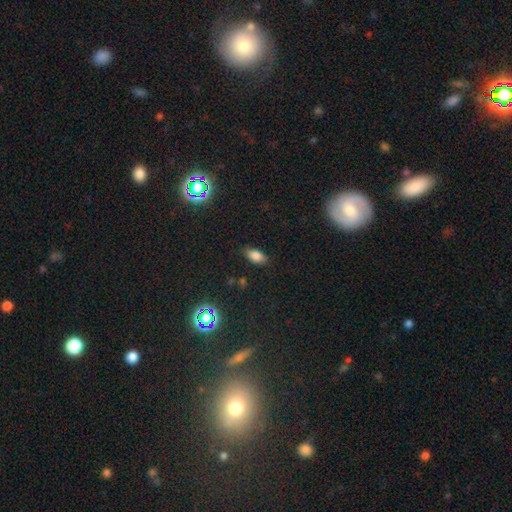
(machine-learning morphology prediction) smooth_or_featured: smooth (p=0.80) [alt: star or artifact p=0.12]
how_rounded: in between (p=0.89) [alt: cigar-shaped p=0.06]
merging: none (p=0.82) [alt: minor disturbance p=0.13]